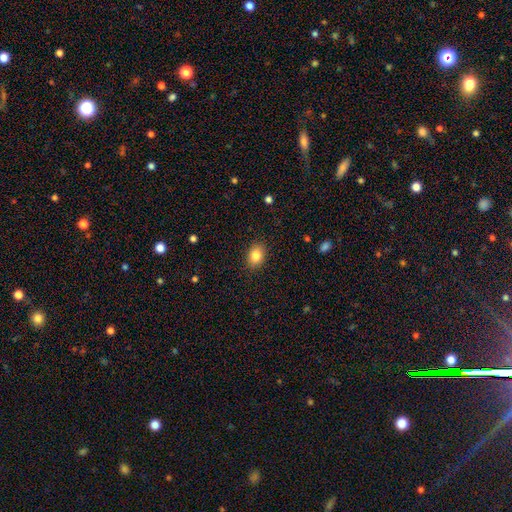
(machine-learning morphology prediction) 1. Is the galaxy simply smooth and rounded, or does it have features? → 85% smooth, 9% star or artifact, 6% featured or disk.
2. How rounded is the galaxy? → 69% in between, 30% round, 1% cigar-shaped.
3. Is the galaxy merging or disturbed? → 88% none, 9% minor disturbance, 2% major disturbance, 1% merger.